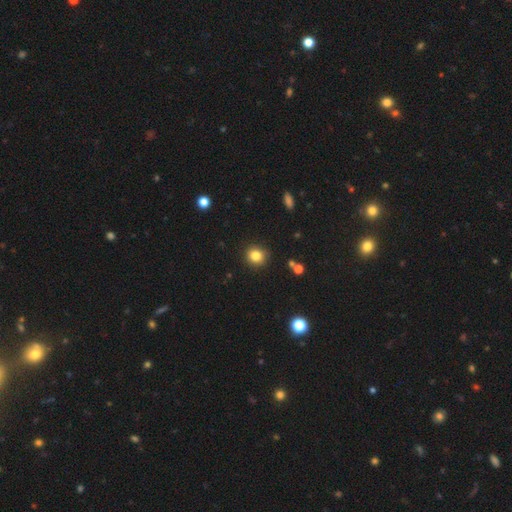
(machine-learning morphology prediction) A smooth galaxy with no disk features (83%) that is round (84%). Merging: none (88%).